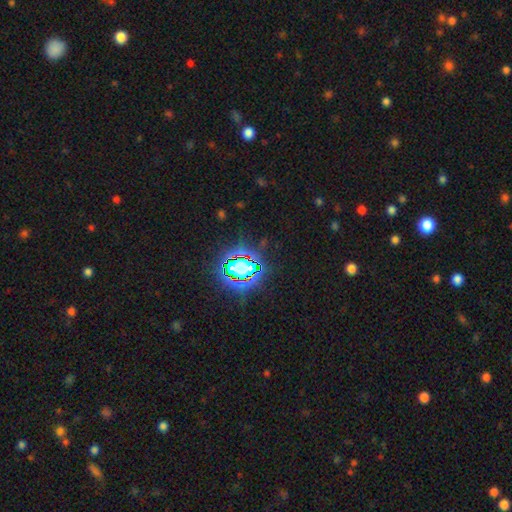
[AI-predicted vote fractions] star or artifact 84%, smooth 9%, featured or disk 7%.